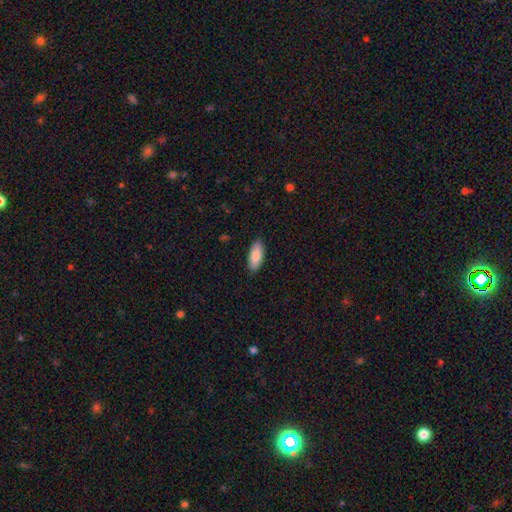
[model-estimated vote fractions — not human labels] This is clearly a smooth galaxy (87%). How rounded: clearly in between (84%). Merging: clearly none (88%).